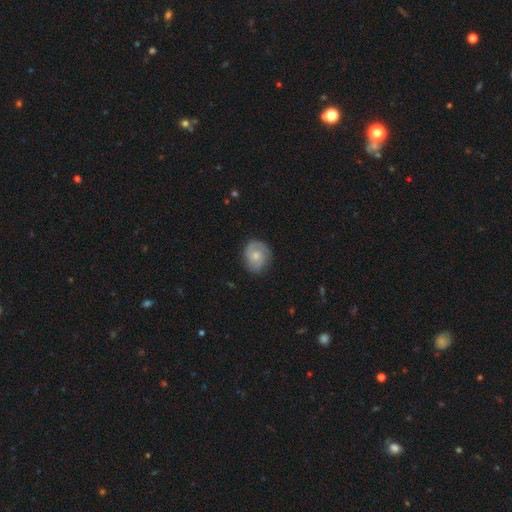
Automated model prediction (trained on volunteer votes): A featured or disk galaxy (54%) with no bar (73%), spiral arms (87%) and a small central bulge (52%).

Vote fractions:
- Smooth or featured? featured or disk: 54% / smooth: 39% / star or artifact: 7%
- Edge-on disk? no: 97% / yes: 3%
- Bar? no: 73% / weak: 24% / strong: 3%
- Spiral arms? yes: 87% / no: 13%
- Bulge size? small: 52% / moderate: 42% / none: 3% / large: 2% / dominant: 1%
- Merging? none: 78% / minor disturbance: 17% / major disturbance: 5% / merger: 1%